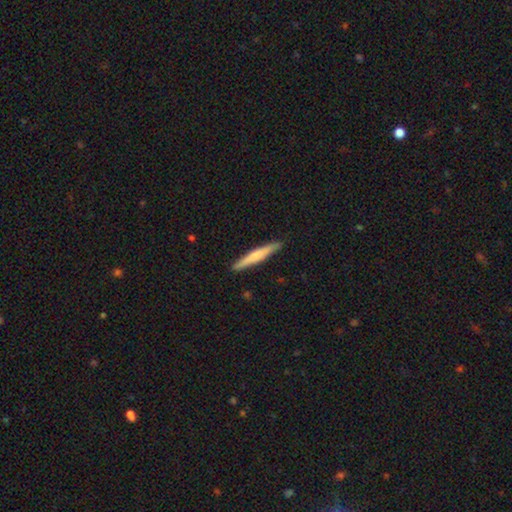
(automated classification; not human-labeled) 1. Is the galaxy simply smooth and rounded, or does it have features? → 57% smooth, 38% featured or disk, 5% star or artifact.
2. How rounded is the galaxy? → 95% cigar-shaped, 4% in between, 1% round.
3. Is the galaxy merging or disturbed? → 91% none, 7% minor disturbance, 1% major disturbance, 1% merger.